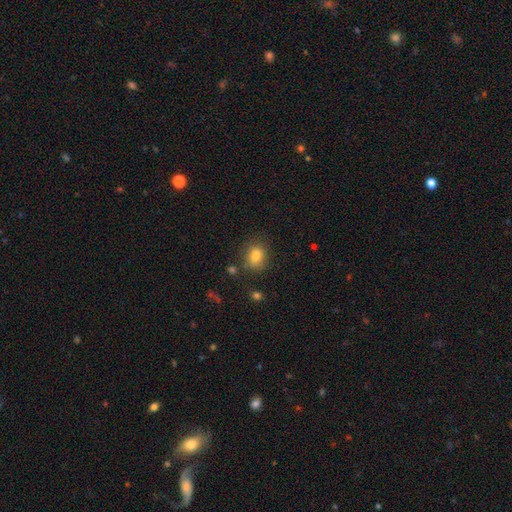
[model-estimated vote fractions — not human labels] Smooth or featured? smooth (81%)
How rounded? round (55%)
Merging? none (77%)